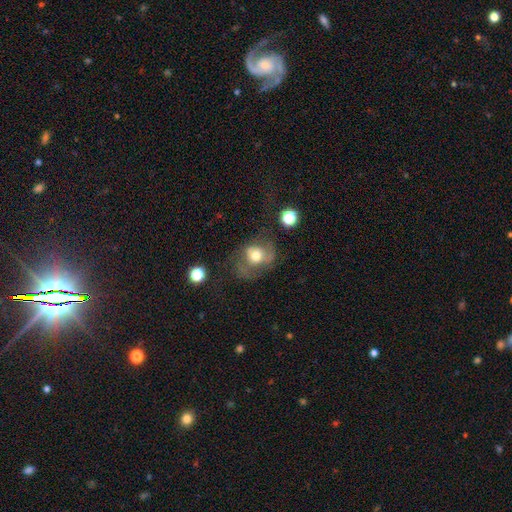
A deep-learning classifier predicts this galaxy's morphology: Smooth or featured? Predicted: smooth (p=0.51). How rounded? Predicted: round (p=0.58). Merging? Predicted: major disturbance (p=0.41).